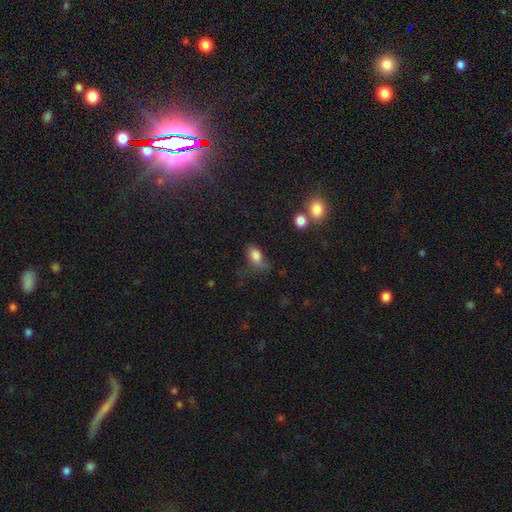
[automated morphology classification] Overall: smooth (82%). How rounded: in between (87%). Merging: none (44%; minor disturbance 34%).